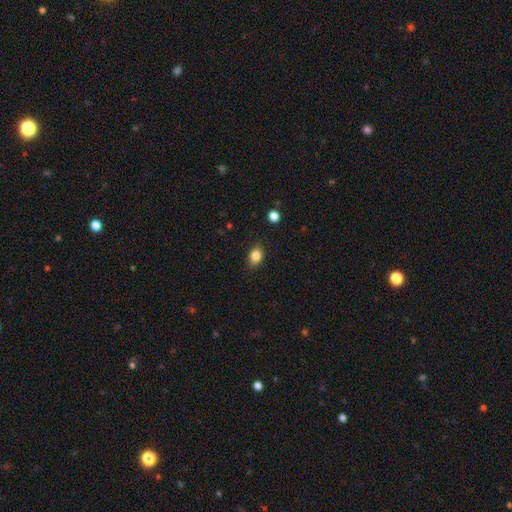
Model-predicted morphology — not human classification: This is clearly a smooth galaxy (83%). How rounded: likely in between (72%). Merging: clearly none (85%).